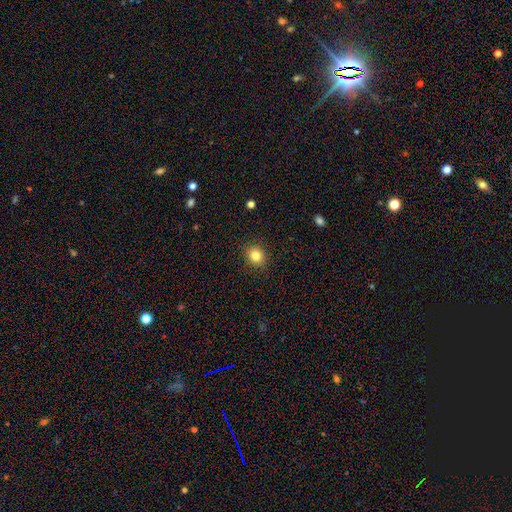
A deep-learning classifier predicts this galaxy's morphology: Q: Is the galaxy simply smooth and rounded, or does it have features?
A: smooth — 82%.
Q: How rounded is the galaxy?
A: round — 75%.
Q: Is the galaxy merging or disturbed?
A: none — 90%.